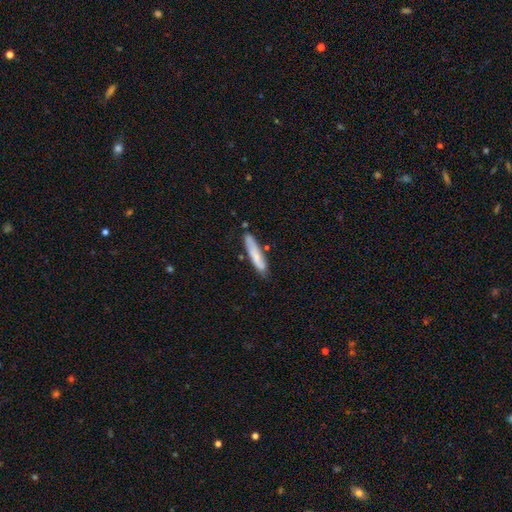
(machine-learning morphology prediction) Q: Smooth or featured?
A: smooth (69%); runner-up: featured or disk (25%)
Q: How rounded?
A: cigar-shaped (85%); runner-up: in between (13%)
Q: Merging?
A: none (76%); runner-up: minor disturbance (17%)